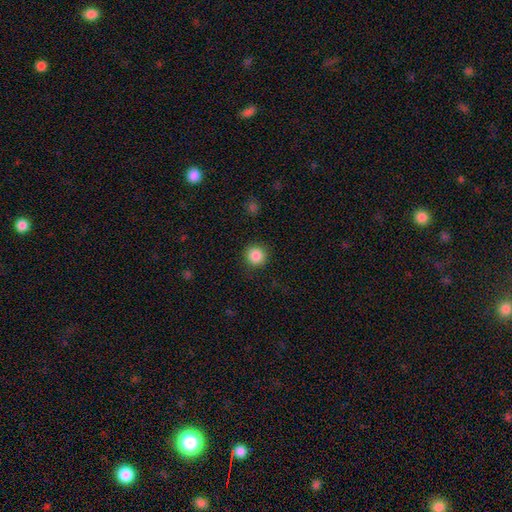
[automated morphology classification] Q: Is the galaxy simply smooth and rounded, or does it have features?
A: smooth — 86%.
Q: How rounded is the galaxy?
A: round — 95%.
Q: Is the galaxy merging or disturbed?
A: none — 91%.